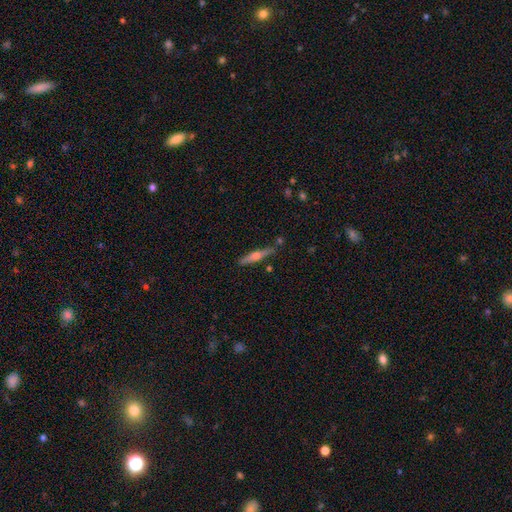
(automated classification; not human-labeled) Smooth or featured?
  - featured or disk: 64% *
  - smooth: 29%
  - star or artifact: 7%
Edge-on disk?
  - yes: 97% *
  - no: 3%
Edge-on bulge?
  - rounded: 87% *
  - none: 7%
  - boxy: 6%
Merging?
  - none: 86% *
  - minor disturbance: 9%
  - merger: 3%
  - major disturbance: 2%